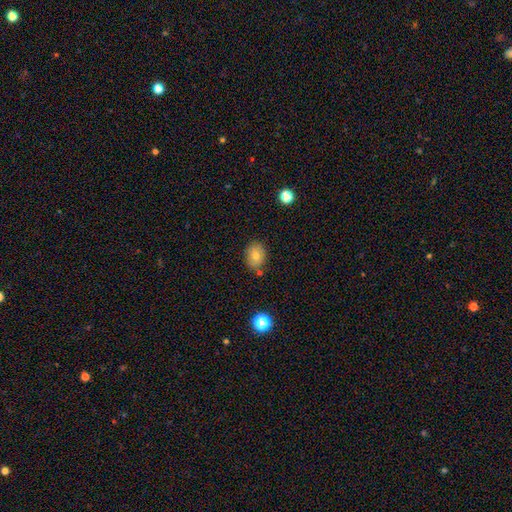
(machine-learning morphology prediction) A smooth galaxy with no disk features (74%) that is in between round and cigar-shaped (59%). Merging: none (80%).